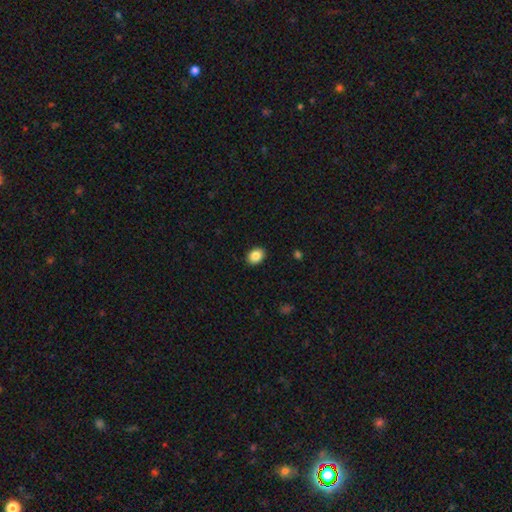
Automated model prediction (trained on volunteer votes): Overall: smooth (86%). How rounded: in between (56%; round 43%). Merging: none (90%).